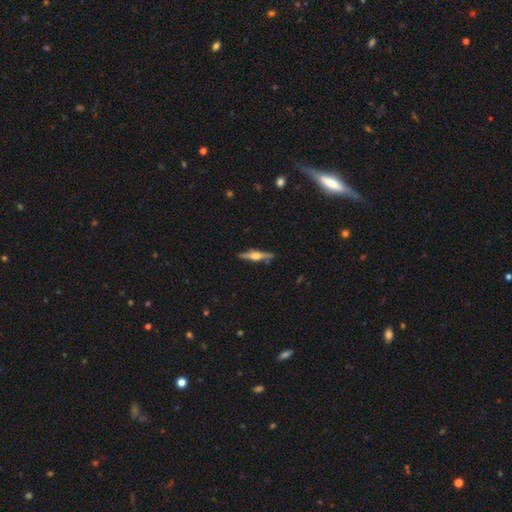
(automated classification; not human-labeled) This appears to be a featured or disk galaxy (71%) viewed edge-on (97%) with a rounded central bulge (92%). Merging: none (88%).